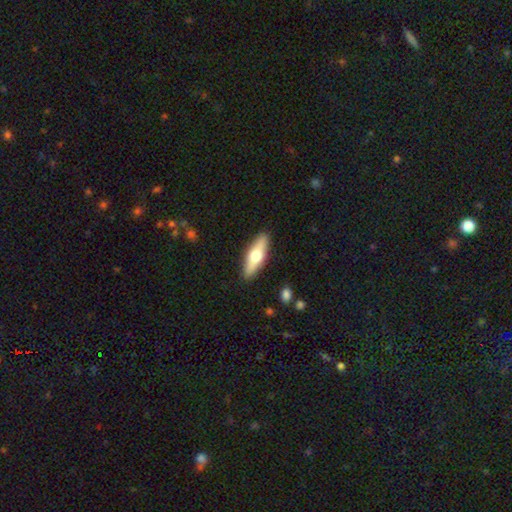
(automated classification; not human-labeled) Q: Smooth or featured?
A: smooth (54%); runner-up: featured or disk (40%)
Q: How rounded?
A: cigar-shaped (52%); runner-up: in between (46%)
Q: Merging?
A: none (89%); runner-up: minor disturbance (8%)